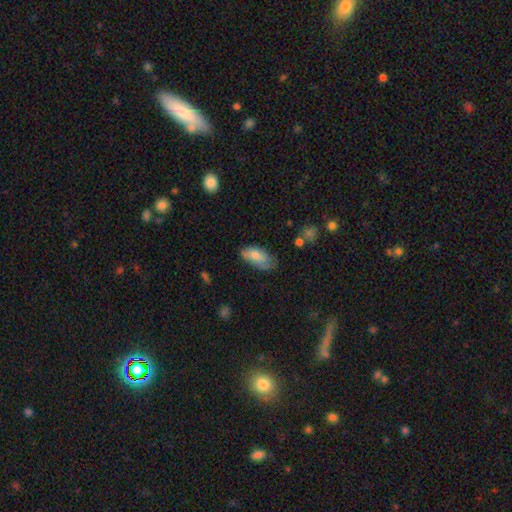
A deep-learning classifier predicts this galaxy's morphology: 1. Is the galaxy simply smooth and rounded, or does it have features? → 74% smooth, 20% featured or disk, 7% star or artifact.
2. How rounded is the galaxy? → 90% in between, 7% cigar-shaped, 2% round.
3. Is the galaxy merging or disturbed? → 53% none, 34% minor disturbance, 10% major disturbance, 2% merger.